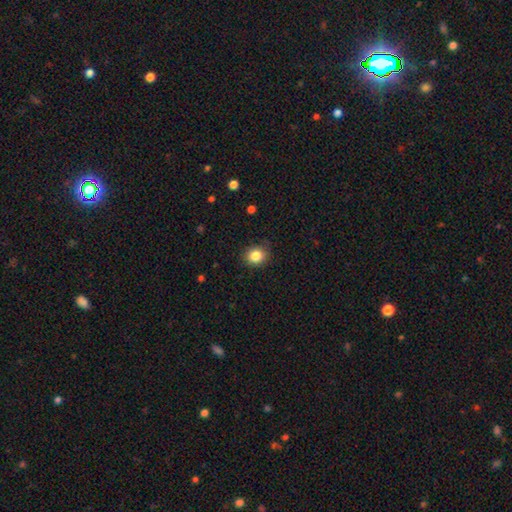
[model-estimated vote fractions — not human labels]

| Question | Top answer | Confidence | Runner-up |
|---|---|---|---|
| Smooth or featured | smooth | 84% | star or artifact (10%) |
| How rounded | round | 69% | in between (30%) |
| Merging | none | 84% | minor disturbance (12%) |